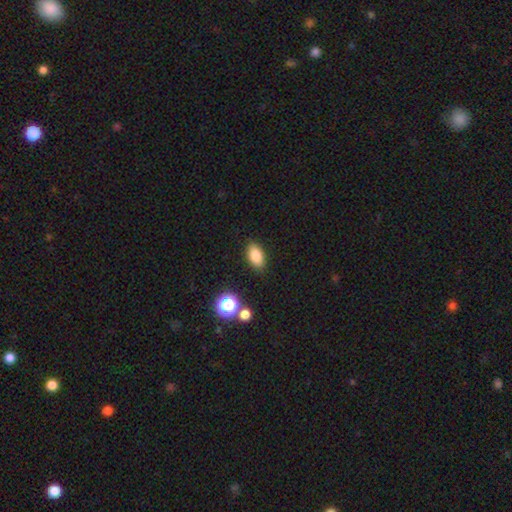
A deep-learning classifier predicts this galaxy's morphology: This is clearly a smooth galaxy (83%). How rounded: clearly in between (89%). Merging: clearly none (87%).